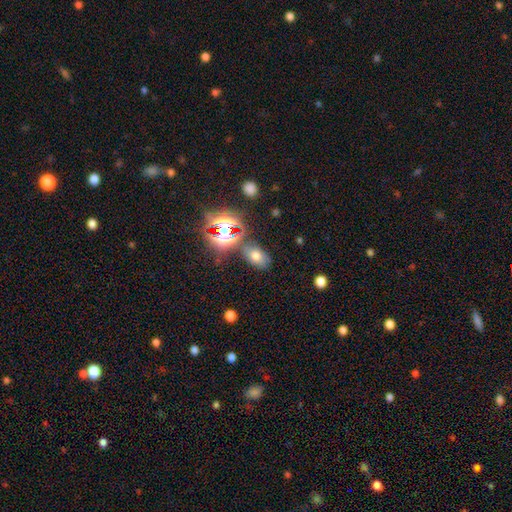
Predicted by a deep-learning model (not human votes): This is likely a smooth galaxy (60%). How rounded: clearly in between (87%). Merging: likely none (73%).